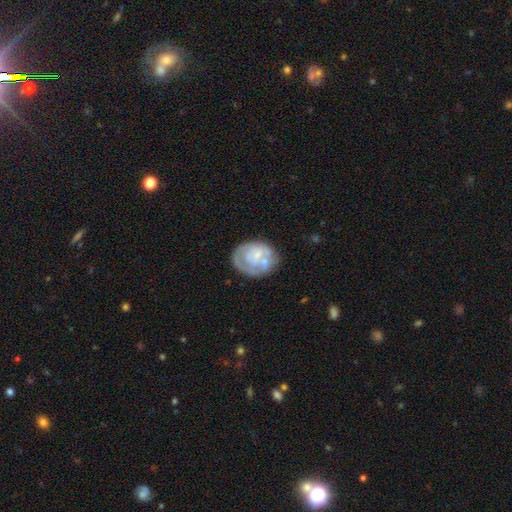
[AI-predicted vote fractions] The model was most divided on "spiral arms": no: 58%, yes: 42%. Remaining: edge-on disk — no (98%); bar — no (81%); smooth or featured — featured or disk (57%); merging — none (50%); bulge size — small (48%).